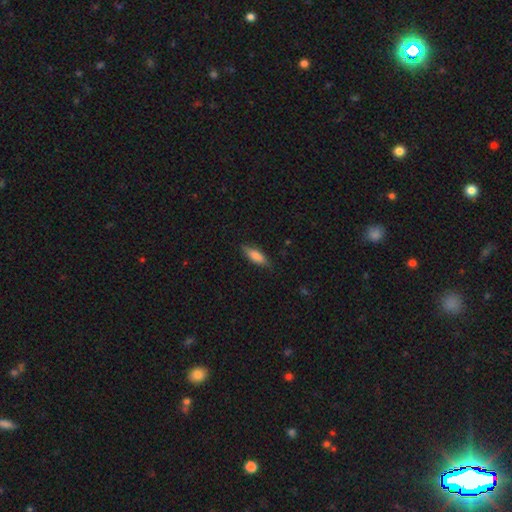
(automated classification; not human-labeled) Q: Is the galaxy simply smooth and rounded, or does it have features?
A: smooth — 76%.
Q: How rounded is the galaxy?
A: in between — 52%.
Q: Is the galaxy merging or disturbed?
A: none — 81%.